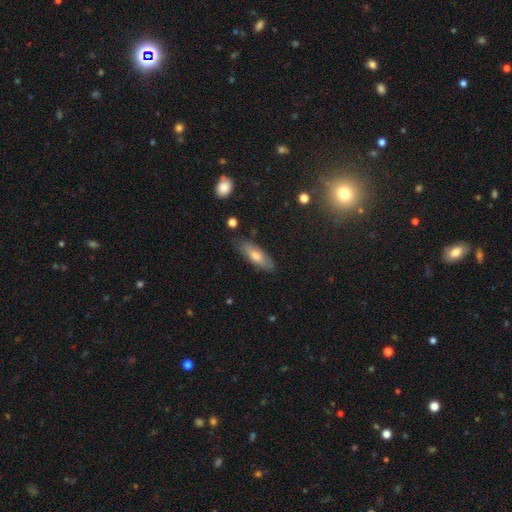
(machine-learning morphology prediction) Smooth or featured?
  - smooth: 65% *
  - featured or disk: 27%
  - star or artifact: 8%
How rounded?
  - in between: 59% *
  - cigar-shaped: 39%
  - round: 2%
Merging?
  - none: 81% *
  - minor disturbance: 15%
  - major disturbance: 3%
  - merger: 2%